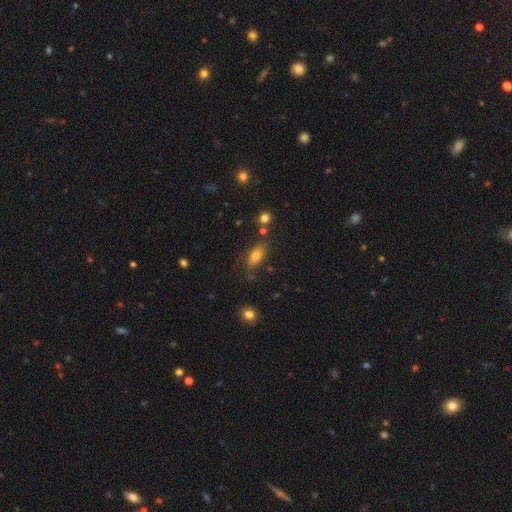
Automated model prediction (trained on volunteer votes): Overall: smooth (79%). How rounded: in between (85%). Merging: none (71%).